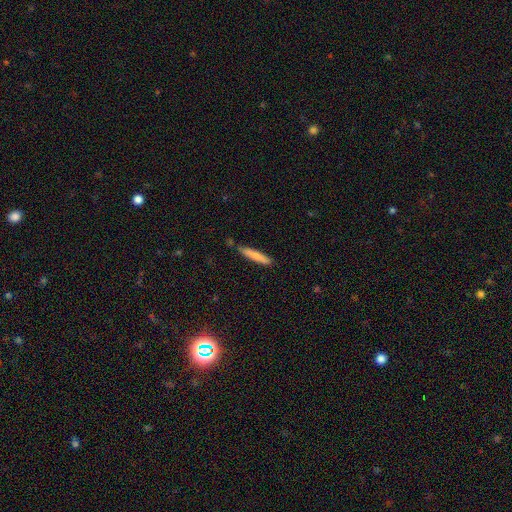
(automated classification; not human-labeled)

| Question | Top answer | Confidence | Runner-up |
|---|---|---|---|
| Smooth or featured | smooth | 79% | featured or disk (15%) |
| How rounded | cigar-shaped | 93% | in between (6%) |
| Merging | none | 83% | minor disturbance (12%) |